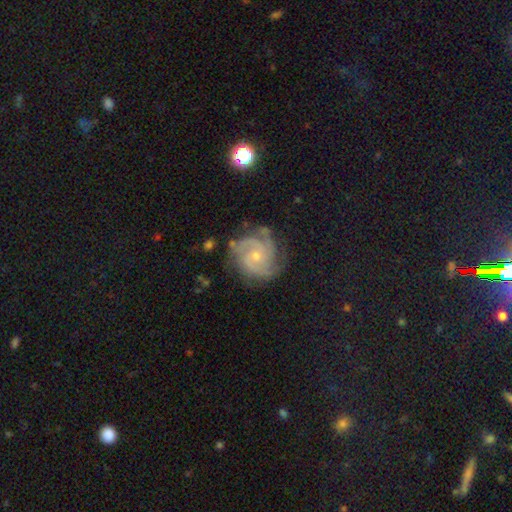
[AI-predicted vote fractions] A featured or disk galaxy (88%) with no bar (72%), 3 (46%) tight (59%) spiral arms (97%) and a small central bulge (63%). Merging: none (71%).